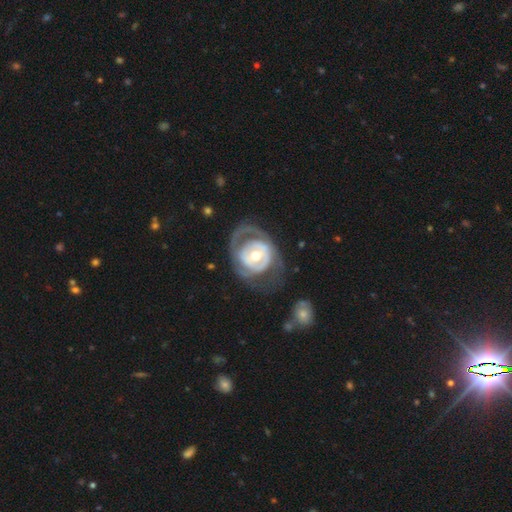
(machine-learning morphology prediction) Smooth or featured: featured or disk — 73% (smooth — 22%)
Edge-on disk: no — 97% (yes — 3%)
Bar: no — 63% (weak — 26%)
Spiral arms: yes — 57% (no — 43%)
Bulge size: moderate — 69% (small — 20%)
Merging: none — 47% (major disturbance — 31%)